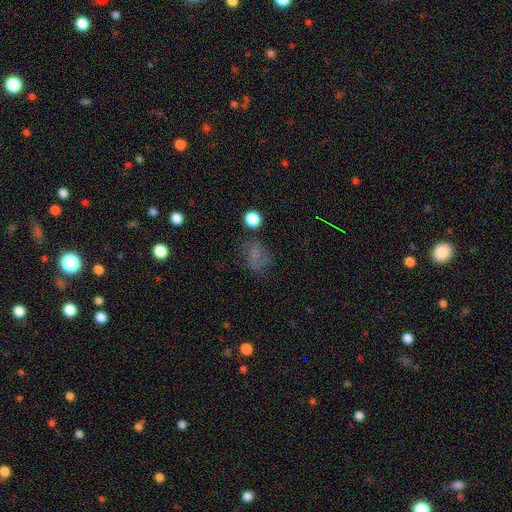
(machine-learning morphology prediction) A smooth galaxy with no disk features (52%) that is in between round and cigar-shaped (50%).

Vote fractions:
- Smooth or featured? smooth: 52% / star or artifact: 25% / featured or disk: 23%
- How rounded? in between: 50% / round: 47% / cigar-shaped: 2%
- Merging? none: 59% / minor disturbance: 21% / major disturbance: 16% / merger: 4%